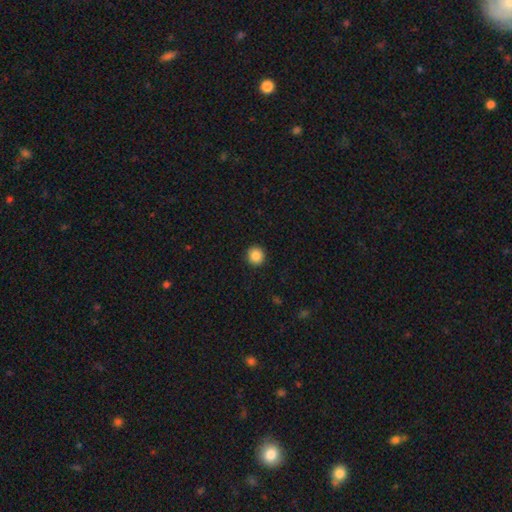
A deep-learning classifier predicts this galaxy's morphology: This is clearly a smooth galaxy (87%). How rounded: clearly round (94%). Merging: clearly none (93%).